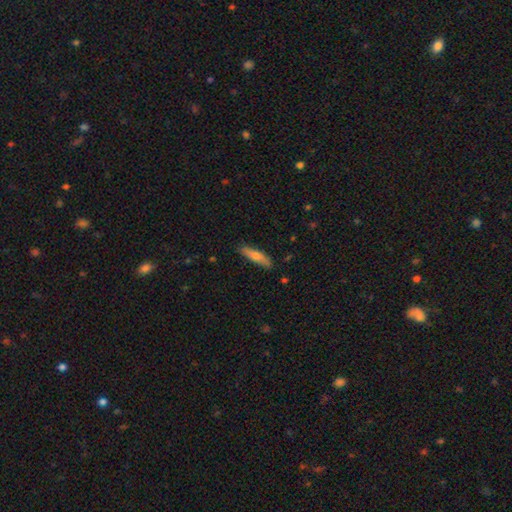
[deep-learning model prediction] This appears to be a smooth galaxy with no disk features (64%) that is cigar-shaped (81%). Merging: none (87%).